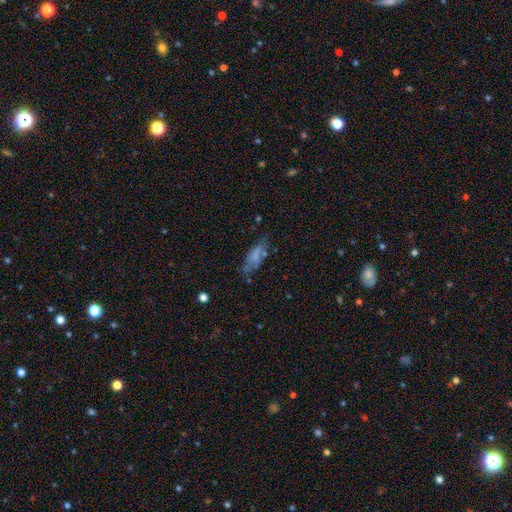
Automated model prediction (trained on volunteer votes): Smooth or featured: smooth — 62% (featured or disk — 28%)
How rounded: in between — 70% (cigar-shaped — 27%)
Merging: none — 54% (minor disturbance — 27%)